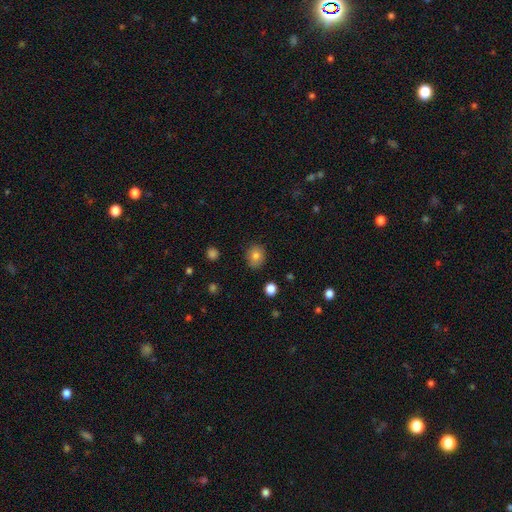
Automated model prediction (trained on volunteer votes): Smooth or featured?
  - smooth: 80% *
  - star or artifact: 11%
  - featured or disk: 10%
How rounded?
  - round: 68% *
  - in between: 31%
  - cigar-shaped: 1%
Merging?
  - none: 86% *
  - minor disturbance: 10%
  - major disturbance: 2%
  - merger: 1%